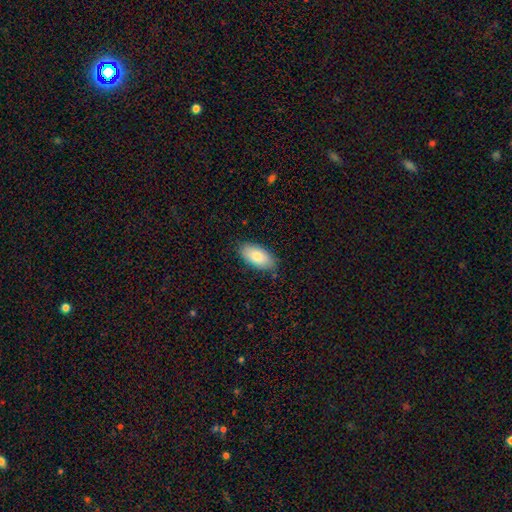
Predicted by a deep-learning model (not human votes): A smooth galaxy with no disk features (82%) that is in between round and cigar-shaped (94%). Merging: none (85%).